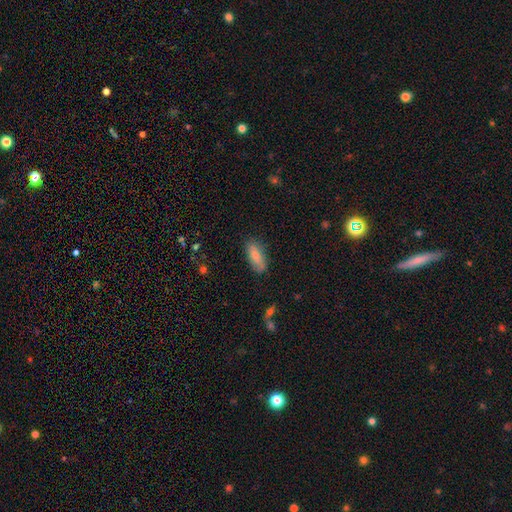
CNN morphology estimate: A smooth galaxy with no disk features (80%) that is in between round and cigar-shaped (77%).

Vote fractions:
- Smooth or featured? smooth: 80% / featured or disk: 14% / star or artifact: 6%
- How rounded? in between: 77% / cigar-shaped: 21% / round: 2%
- Merging? none: 76% / minor disturbance: 18% / major disturbance: 4% / merger: 2%